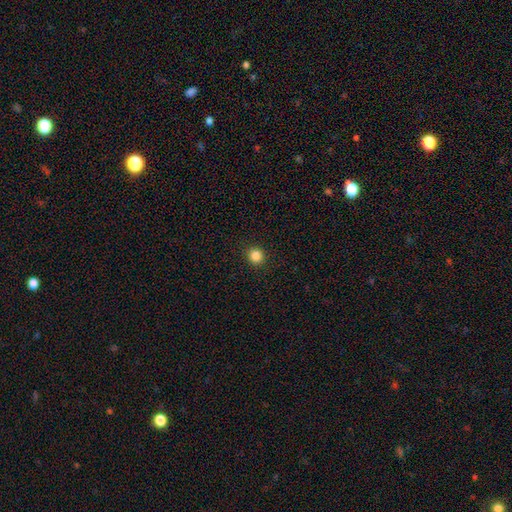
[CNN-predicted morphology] A smooth galaxy with no disk features (85%) that is round (92%). Merging: none (93%).